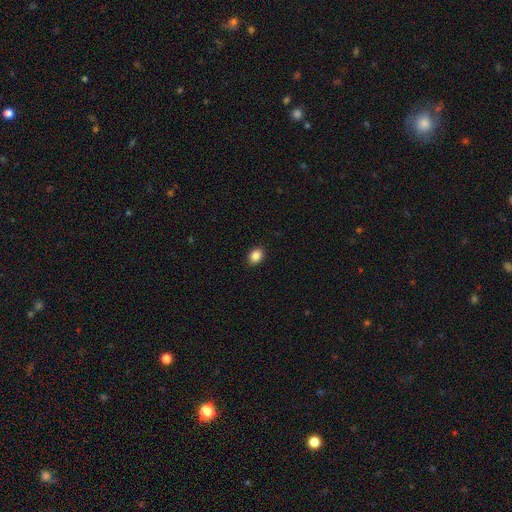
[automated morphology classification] A smooth galaxy with no disk features (87%) that is in between round and cigar-shaped (61%).

Vote fractions:
- Smooth or featured? smooth: 87% / star or artifact: 9% / featured or disk: 4%
- How rounded? in between: 61% / round: 38% / cigar-shaped: 1%
- Merging? none: 91% / minor disturbance: 7% / major disturbance: 2% / merger: 1%